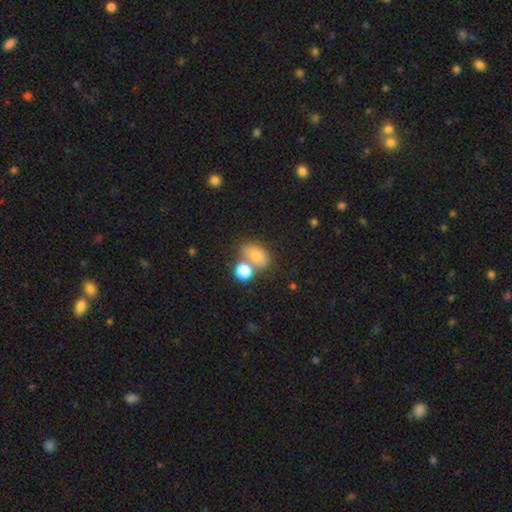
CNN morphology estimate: Overall: smooth (74%). How rounded: in between (75%). Merging: none (52%; merger 28%).